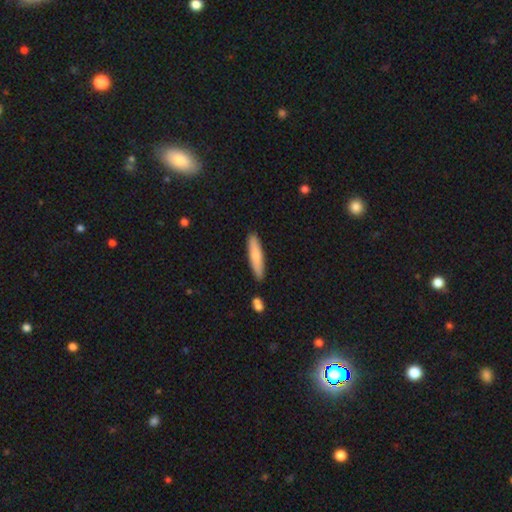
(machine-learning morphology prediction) This appears to be a smooth galaxy with no disk features (73%) that is cigar-shaped (84%). Merging: none (87%).